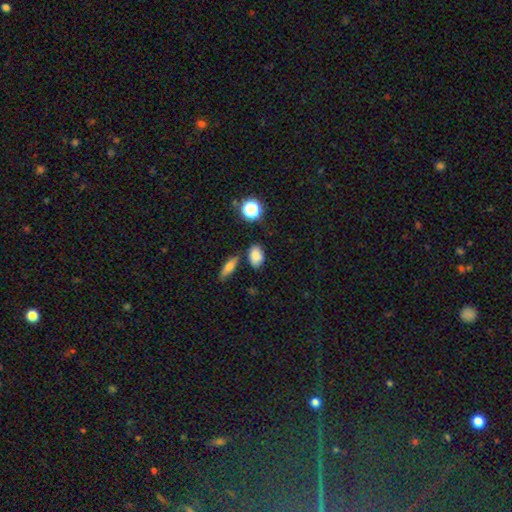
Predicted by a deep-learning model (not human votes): smooth_or_featured: smooth (p=0.82) [alt: star or artifact p=0.12]
how_rounded: in between (p=0.79) [alt: round p=0.19]
merging: none (p=0.76) [alt: minor disturbance p=0.15]